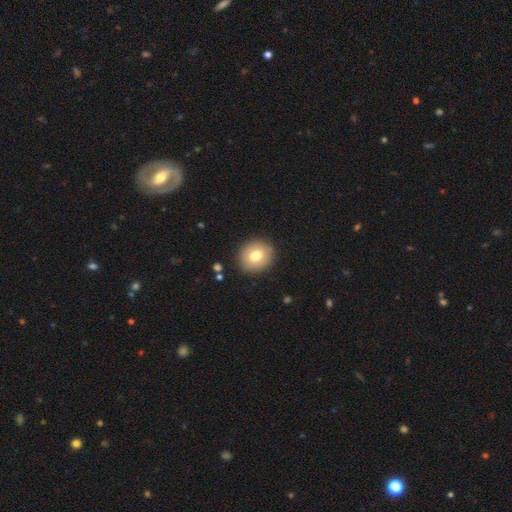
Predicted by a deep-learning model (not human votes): A smooth galaxy with no disk features (77%) that is round (80%). Merging: none (89%).